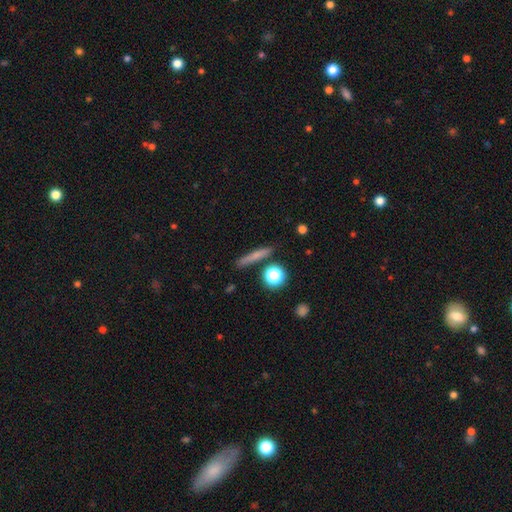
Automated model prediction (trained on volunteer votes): smooth_or_featured: smooth (p=0.64) [alt: featured or disk p=0.24]
how_rounded: cigar-shaped (p=0.81) [alt: round p=0.11]
merging: none (p=0.83) [alt: minor disturbance p=0.09]